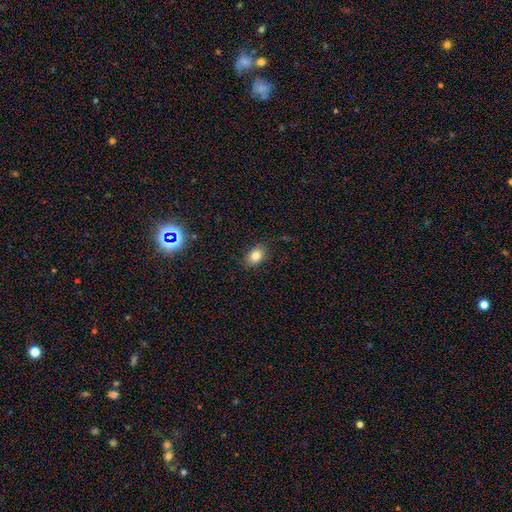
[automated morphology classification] smooth_or_featured: smooth (p=0.82) [alt: star or artifact p=0.11]
how_rounded: in between (p=0.70) [alt: round p=0.29]
merging: none (p=0.86) [alt: minor disturbance p=0.10]